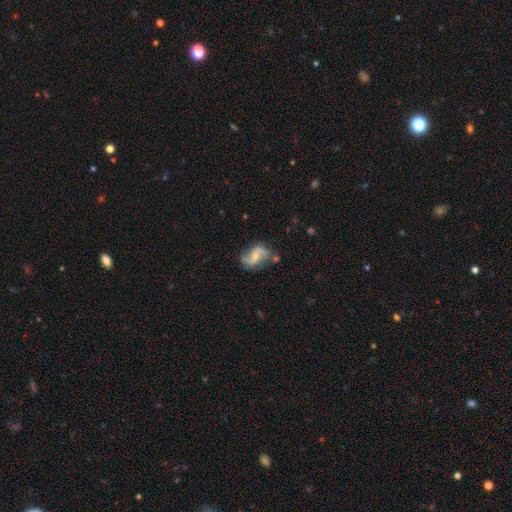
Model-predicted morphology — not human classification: featured or disk 78%, smooth 15%, star or artifact 7%. Down the decision tree: edge-on disk — no (97%); bar — no (43%); spiral arms — yes (93%); spiral arm count — 2 (91%); spiral winding — loose (66%); bulge size — small (51%); merging — none (66%).